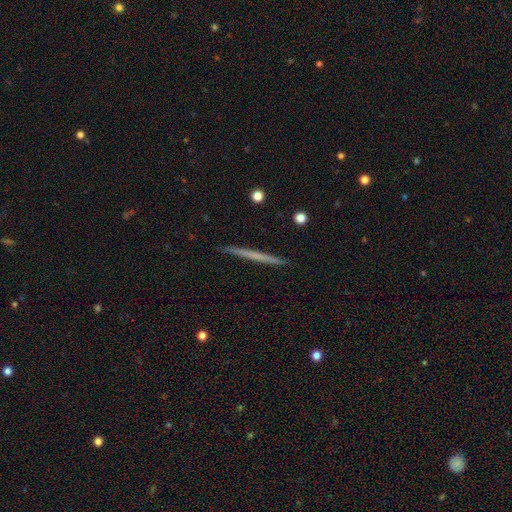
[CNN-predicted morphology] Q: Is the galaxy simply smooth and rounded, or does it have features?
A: featured or disk — 49%.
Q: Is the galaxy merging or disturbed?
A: none — 92%.